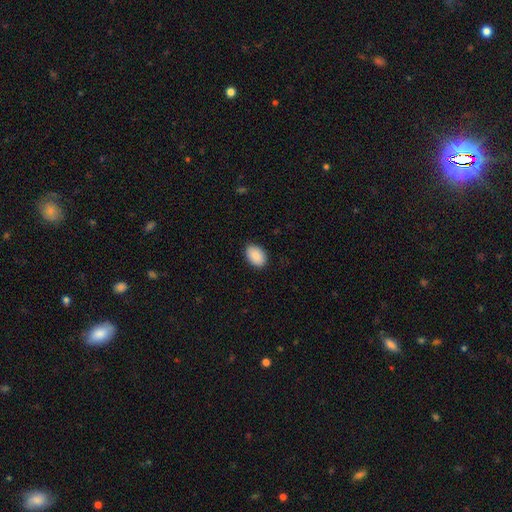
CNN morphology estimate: Smooth or featured?
  - smooth: 90% *
  - star or artifact: 6%
  - featured or disk: 4%
How rounded?
  - in between: 87% *
  - round: 12%
  - cigar-shaped: 1%
Merging?
  - none: 86% *
  - minor disturbance: 11%
  - major disturbance: 2%
  - merger: 1%